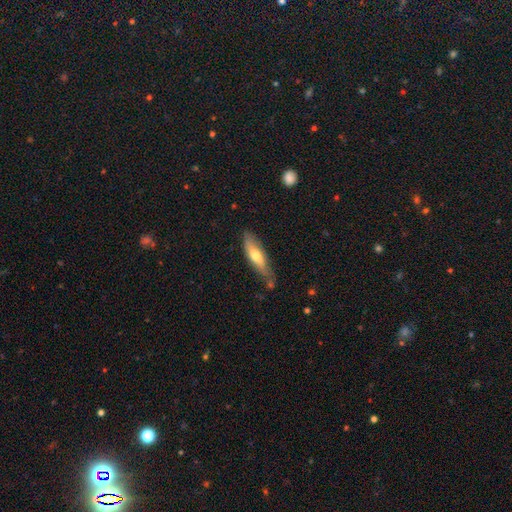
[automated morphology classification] The model was most divided on "smooth or featured": smooth: 58%, featured or disk: 36%, star or artifact: 6%. More confident: merging — none (69%); how rounded — cigar-shaped (63%).